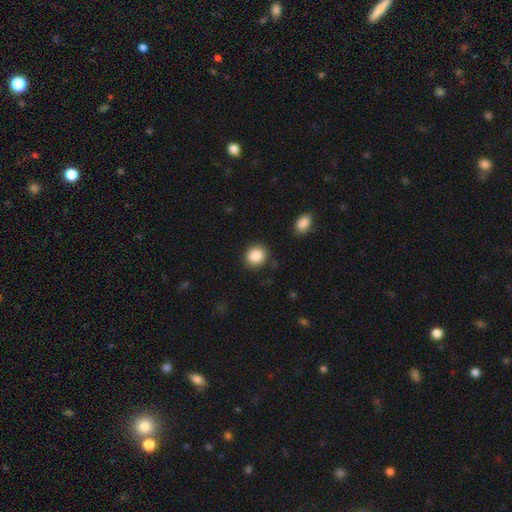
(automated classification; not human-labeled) Smooth or featured? Predicted: smooth (p=0.88). How rounded? Predicted: round (p=0.79). Merging? Predicted: none (p=0.87).